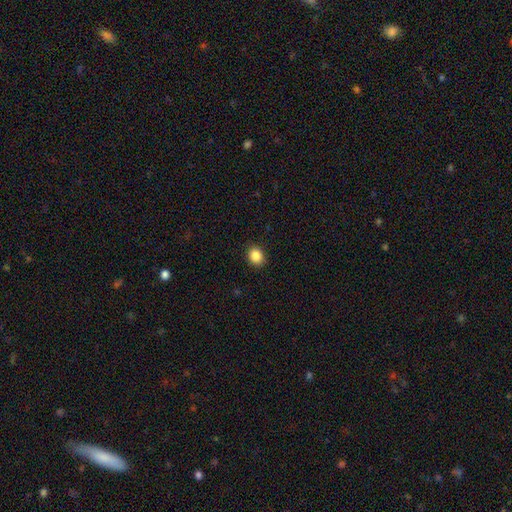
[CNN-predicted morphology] A smooth galaxy with no disk features (86%) that is round (62%). Merging: none (90%).